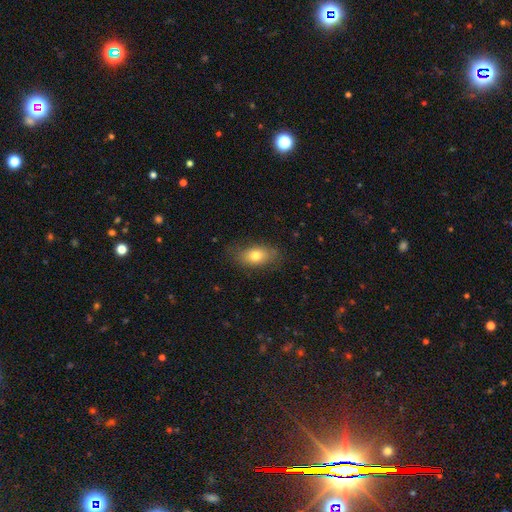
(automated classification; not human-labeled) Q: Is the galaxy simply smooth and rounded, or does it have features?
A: smooth — 76%.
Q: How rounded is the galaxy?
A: in between — 86%.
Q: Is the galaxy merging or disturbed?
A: none — 78%.